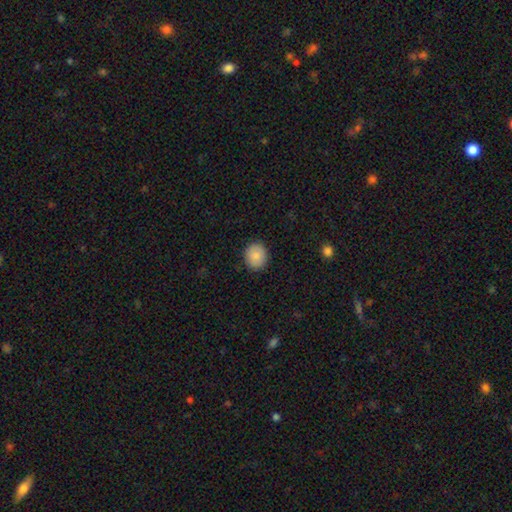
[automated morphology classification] A smooth galaxy with no disk features (88%) that is round (74%). Merging: none (90%).